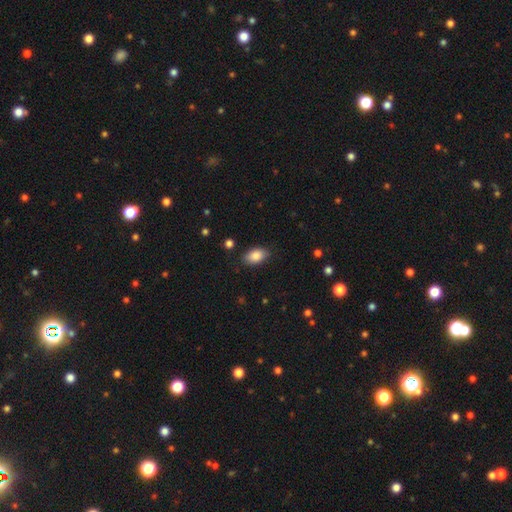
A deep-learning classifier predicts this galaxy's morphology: Smooth or featured: smooth — 86% (star or artifact — 7%)
How rounded: in between — 92% (round — 7%)
Merging: none — 85% (minor disturbance — 11%)